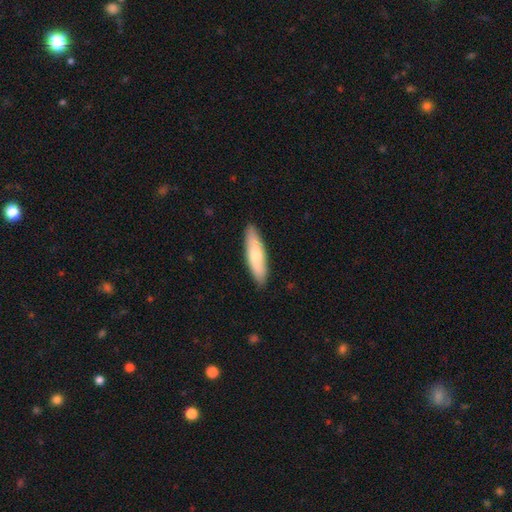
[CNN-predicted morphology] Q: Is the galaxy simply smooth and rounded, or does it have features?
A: smooth — 68%.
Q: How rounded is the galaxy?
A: cigar-shaped — 65%.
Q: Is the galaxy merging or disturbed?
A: none — 88%.